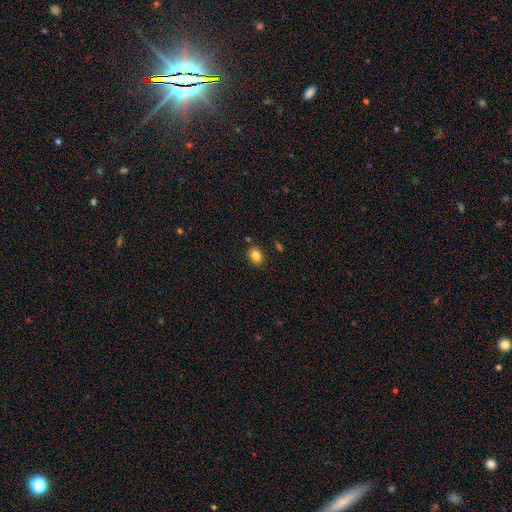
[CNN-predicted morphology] This is clearly a smooth galaxy (83%). How rounded: likely in between (63%). Merging: clearly none (86%).